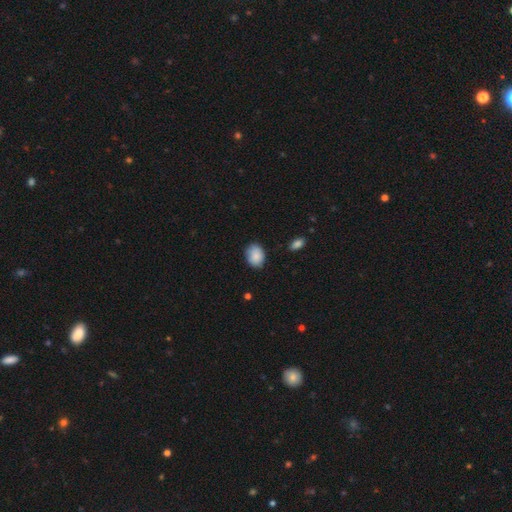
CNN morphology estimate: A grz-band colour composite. It shows a smooth galaxy with no disk features (87%) that is in between round and cigar-shaped (65%). Merging: none (77%).